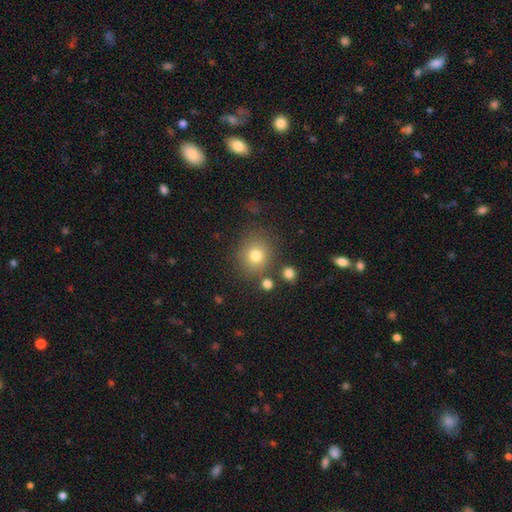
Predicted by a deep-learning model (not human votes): smooth 77%, star or artifact 14%, featured or disk 10%. Down the decision tree: how rounded — round (81%); merging — none (78%).